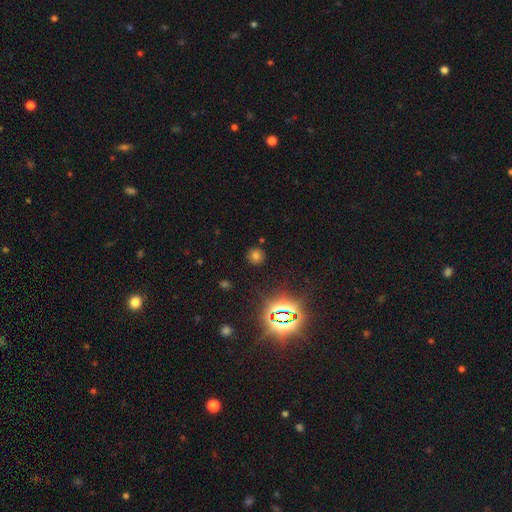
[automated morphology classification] This appears to be a smooth galaxy with no disk features (63%) that is round (90%). Merging: none (87%).